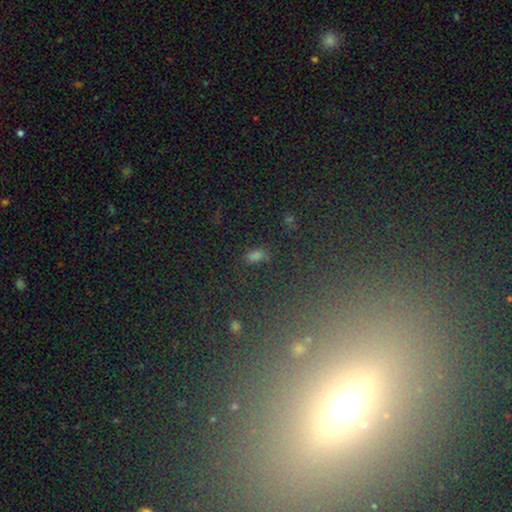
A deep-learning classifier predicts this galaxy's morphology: The model was most divided on "smooth or featured": smooth: 66%, star or artifact: 26%, featured or disk: 9%. More confident: how rounded — in between (87%); merging — none (76%).